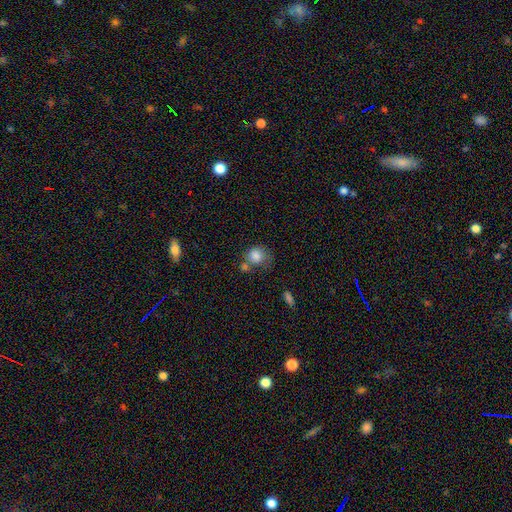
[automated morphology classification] smooth-or-featured: smooth: 82% | star or artifact: 9% | featured or disk: 9%
  how-rounded: round: 77% | in between: 22% | cigar-shaped: 1%
  merging: none: 42% | merger: 26% | minor disturbance: 20% | major disturbance: 12%